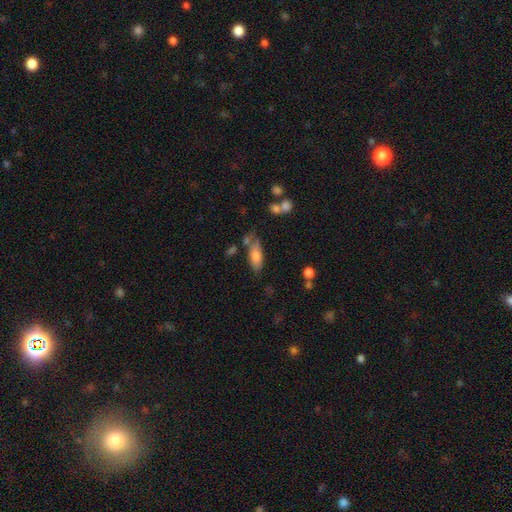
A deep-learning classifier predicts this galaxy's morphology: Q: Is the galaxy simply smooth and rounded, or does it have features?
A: smooth — 77%.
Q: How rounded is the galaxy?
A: in between — 79%.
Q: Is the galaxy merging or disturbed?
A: none — 57%.